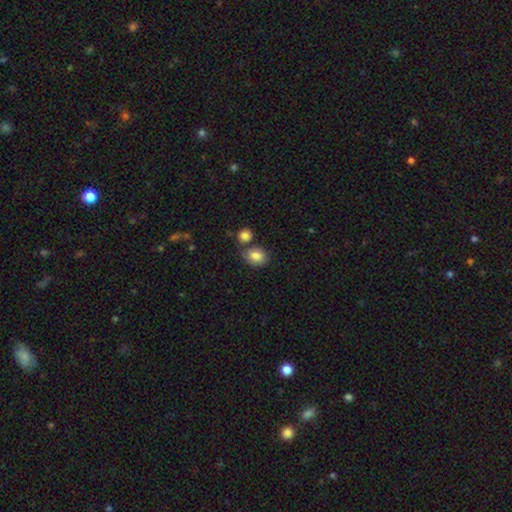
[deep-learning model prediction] Smooth or featured? Predicted: smooth (p=0.82). How rounded? Predicted: in between (p=0.58). Merging? Predicted: none (p=0.62).